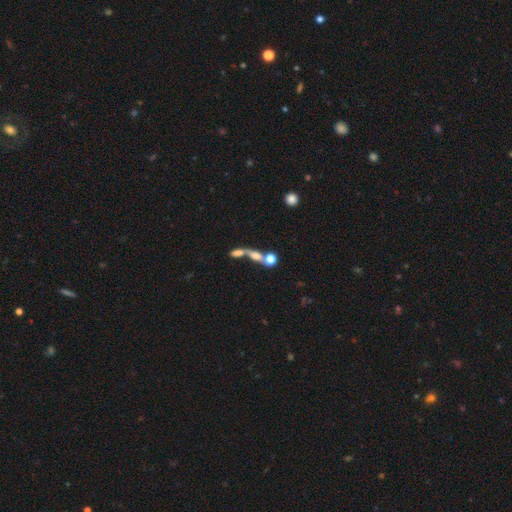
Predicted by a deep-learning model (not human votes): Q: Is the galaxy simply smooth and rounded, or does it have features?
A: smooth — 56%.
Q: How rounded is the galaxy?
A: in between — 39%.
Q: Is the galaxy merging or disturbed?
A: merger — 54%.